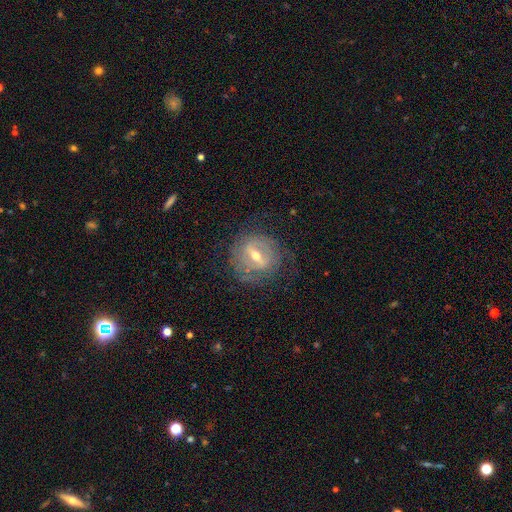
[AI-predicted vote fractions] A featured or disk galaxy (77%) with a strong bar (54%), spiral arms (65%) and a moderate central bulge (64%).

Vote fractions:
- Smooth or featured? featured or disk: 77% / smooth: 16% / star or artifact: 8%
- Edge-on disk? no: 89% / yes: 11%
- Bar? strong: 54% / weak: 36% / no: 11%
- Spiral arms? yes: 65% / no: 35%
- Bulge size? moderate: 64% / small: 30% / large: 4% / none: 1% / dominant: 1%
- Merging? none: 72% / minor disturbance: 17% / major disturbance: 10% / merger: 1%